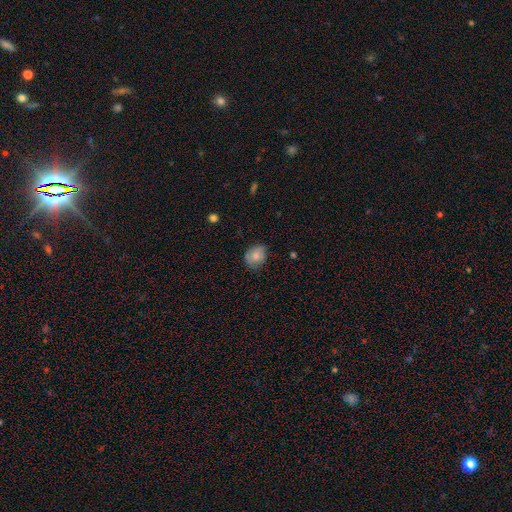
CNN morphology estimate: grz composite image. It shows a smooth galaxy with no disk features (75%) that is round (54%). Merging: none (72%).